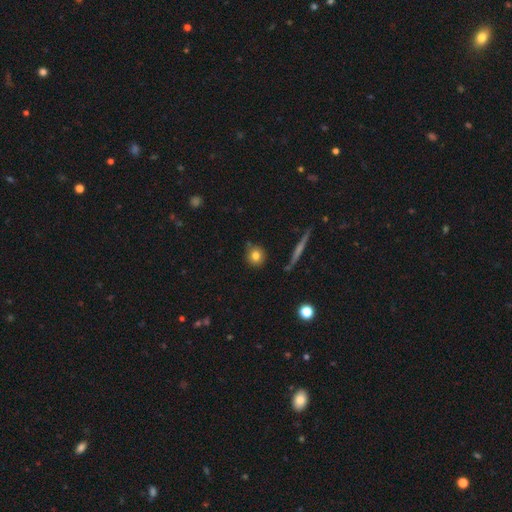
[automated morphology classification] smooth 78%, featured or disk 11%, star or artifact 10%. Down the decision tree: how rounded — round (87%); merging — none (82%).